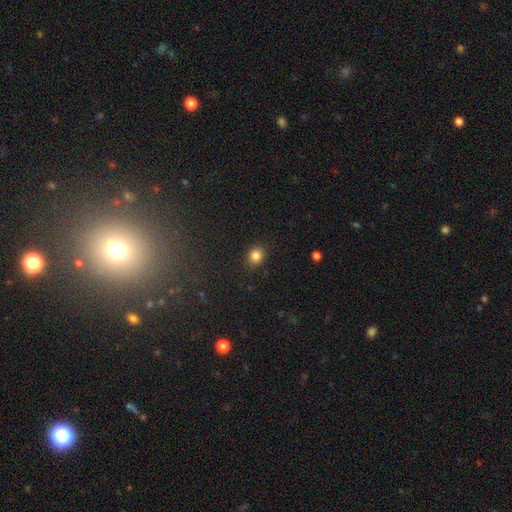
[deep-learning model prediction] A smooth galaxy with no disk features (84%) that is round (75%).

Vote fractions:
- Smooth or featured? smooth: 84% / star or artifact: 11% / featured or disk: 5%
- How rounded? round: 75% / in between: 25% / cigar-shaped: 1%
- Merging? none: 89% / minor disturbance: 8% / major disturbance: 2% / merger: 1%